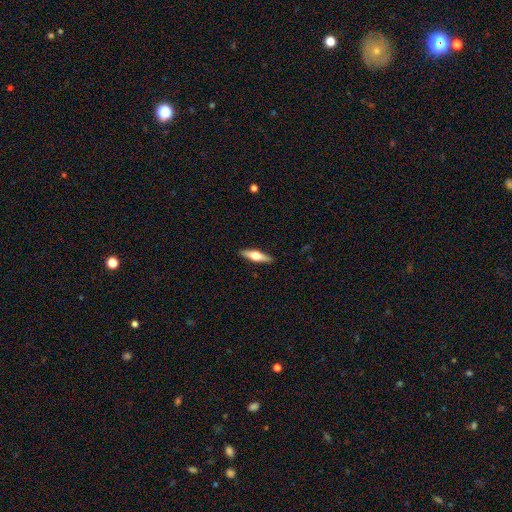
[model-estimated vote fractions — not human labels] Smooth or featured? Predicted: featured or disk (p=0.52). Edge-on disk? Predicted: yes (p=0.94). Merging? Predicted: none (p=0.90).